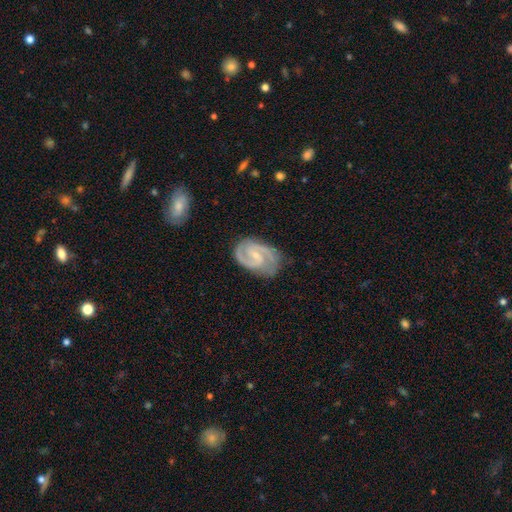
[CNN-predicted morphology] smooth-or-featured: featured or disk: 91% | smooth: 5% | star or artifact: 4%
  disk-edge-on: no: 98% | yes: 2%
    bar: weak: 50% | no: 34% | strong: 16%
    has-spiral-arms: yes: 98% | no: 2%
      spiral-winding: medium: 55% | tight: 35% | loose: 10%
      spiral-arm-count: 2: 92% | 3: 3% | can't tell: 2% | 1: 1% | 4: 1% | more than 4: 1%
    bulge-size: small: 70% | moderate: 19% | none: 9% | large: 1% | dominant: 1%
  merging: none: 77% | minor disturbance: 17% | major disturbance: 4% | merger: 2%